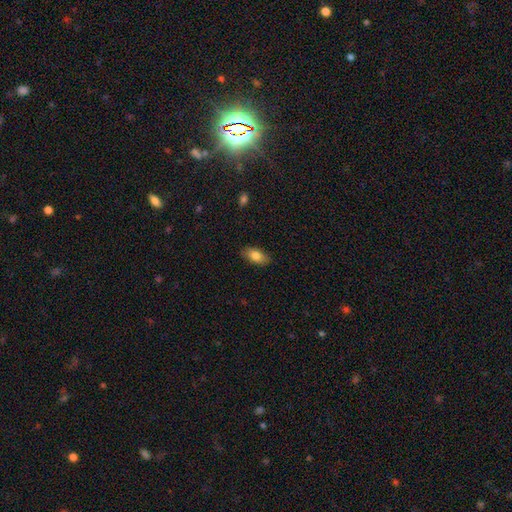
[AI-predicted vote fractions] Morphology: type=smooth (82%); roundness=in between (91%); merging=none (87%).